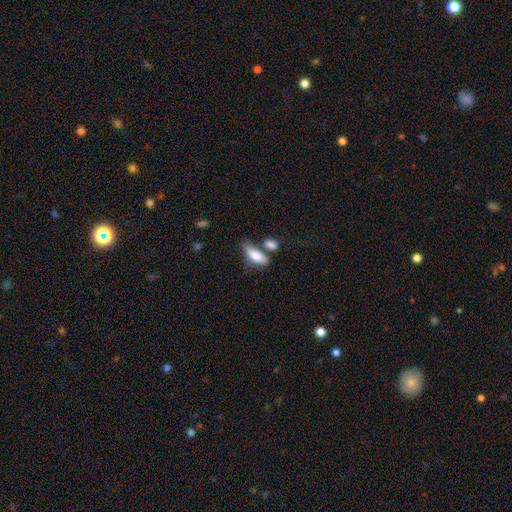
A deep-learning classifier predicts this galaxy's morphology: The model was most divided on "merging": none: 46%, merger: 25%, minor disturbance: 20%, major disturbance: 8%. More confident: smooth or featured — smooth (78%); how rounded — in between (75%).